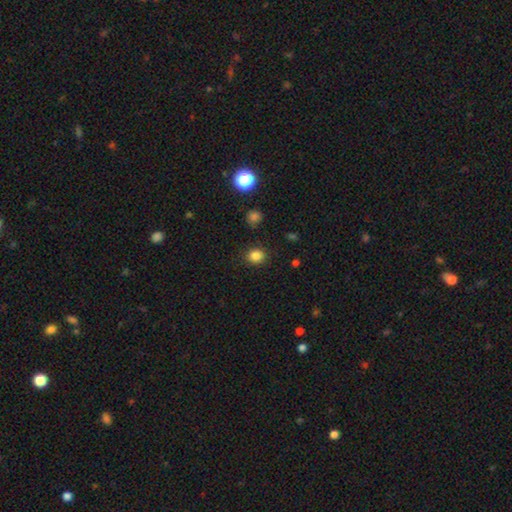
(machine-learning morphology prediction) smooth 84%, star or artifact 13%, featured or disk 4%. Down the decision tree: how rounded — round (73%); merging — none (88%).